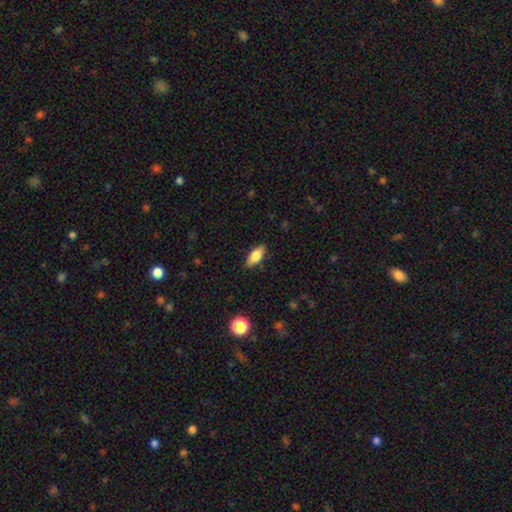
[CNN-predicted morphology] The model was most divided on "smooth or featured": smooth: 71%, featured or disk: 22%, star or artifact: 7%. More confident: merging — none (86%); how rounded — in between (76%).